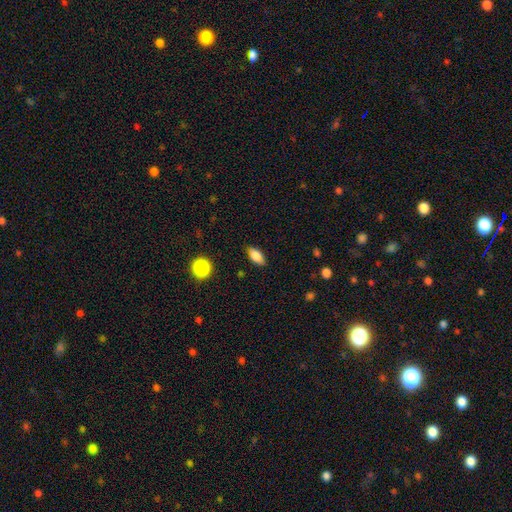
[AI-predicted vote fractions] Smooth or featured? smooth (85%)
How rounded? in between (87%)
Merging? none (85%)